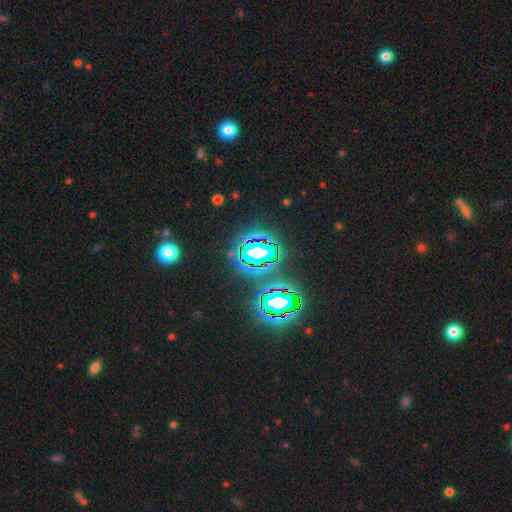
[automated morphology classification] smooth-or-featured: star or artifact: 79% | smooth: 11% | featured or disk: 10%